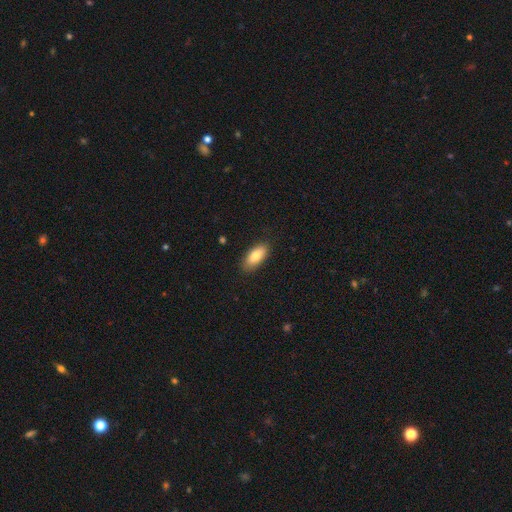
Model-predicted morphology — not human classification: smooth-or-featured: smooth: 83% | featured or disk: 11% | star or artifact: 6%
  how-rounded: in between: 87% | cigar-shaped: 10% | round: 2%
  merging: none: 87% | minor disturbance: 10% | major disturbance: 2% | merger: 1%